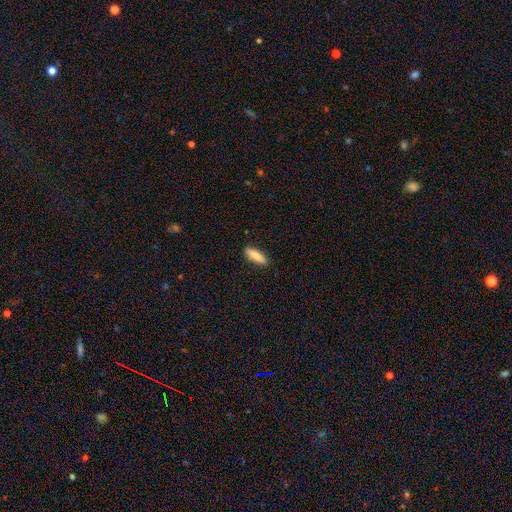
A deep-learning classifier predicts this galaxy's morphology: type=smooth (76%); roundness=cigar-shaped (55%); merging=none (89%).